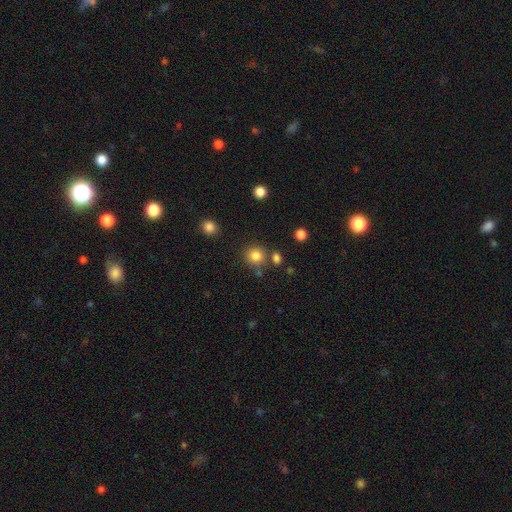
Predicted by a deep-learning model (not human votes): A smooth galaxy with no disk features (83%) that is round (89%).

Vote fractions:
- Smooth or featured? smooth: 83% / star or artifact: 12% / featured or disk: 5%
- How rounded? round: 89% / in between: 10% / cigar-shaped: 1%
- Merging? none: 79% / merger: 10% / minor disturbance: 8% / major disturbance: 3%